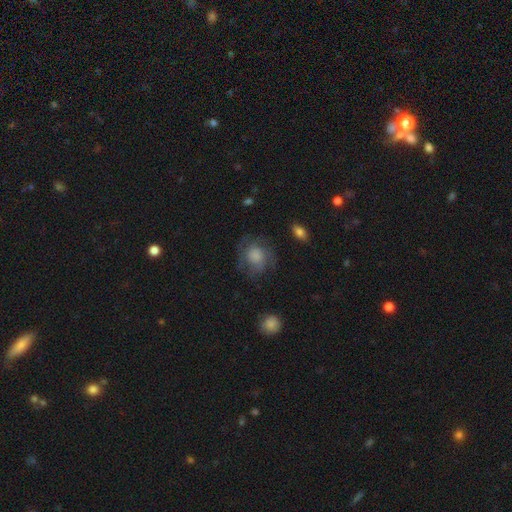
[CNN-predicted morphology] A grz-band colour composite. It shows a smooth galaxy with no disk features (47%). Merging: none (63%).